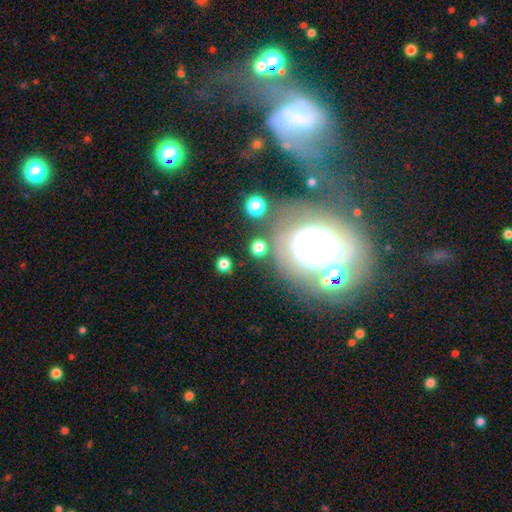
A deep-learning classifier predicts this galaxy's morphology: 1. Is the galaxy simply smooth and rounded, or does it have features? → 41% star or artifact, 36% featured or disk, 23% smooth.